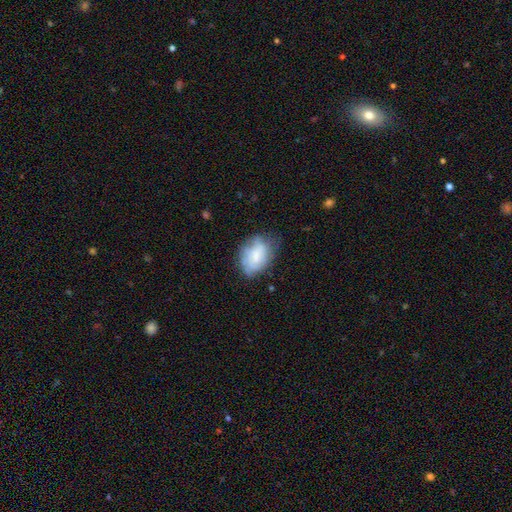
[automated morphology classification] A smooth galaxy with no disk features (65%) that is in between round and cigar-shaped (80%).

Vote fractions:
- Smooth or featured? smooth: 65% / featured or disk: 26% / star or artifact: 8%
- How rounded? in between: 80% / round: 18% / cigar-shaped: 1%
- Merging? none: 51% / minor disturbance: 33% / major disturbance: 14% / merger: 3%